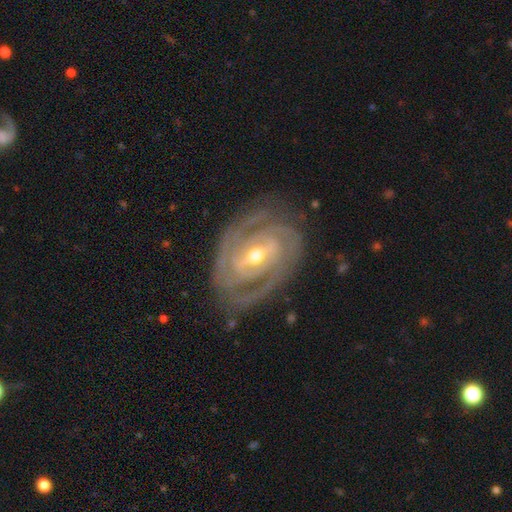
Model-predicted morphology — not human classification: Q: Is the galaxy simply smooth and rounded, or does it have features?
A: featured or disk — 91%.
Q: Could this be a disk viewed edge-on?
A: no — 96%.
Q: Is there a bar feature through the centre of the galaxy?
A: strong — 40%, tied with weak.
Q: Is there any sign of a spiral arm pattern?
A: yes — 97%.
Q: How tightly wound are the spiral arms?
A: tight — 72%.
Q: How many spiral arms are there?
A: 2 — 46%.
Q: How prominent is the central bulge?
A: moderate — 65%.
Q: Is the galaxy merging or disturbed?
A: none — 76%.